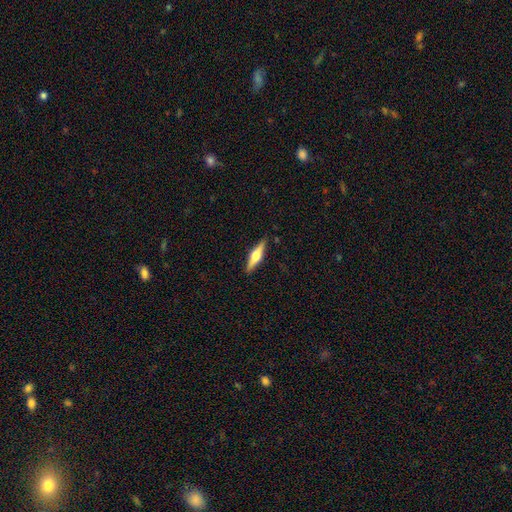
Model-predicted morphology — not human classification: A featured or disk galaxy (61%) viewed edge-on (96%) with a rounded central bulge (93%). Merging: none (89%).